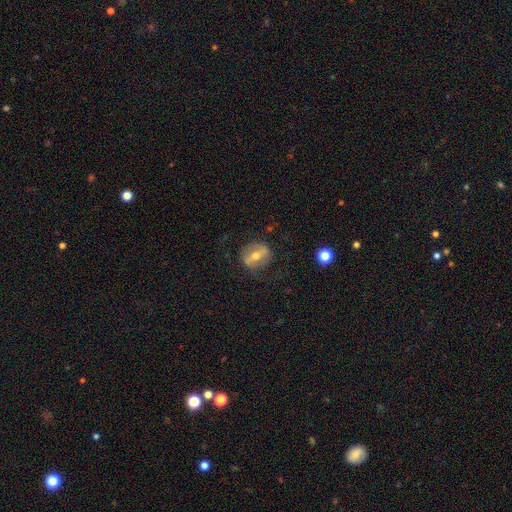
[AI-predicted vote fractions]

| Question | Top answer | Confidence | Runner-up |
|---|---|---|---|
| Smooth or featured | featured or disk | 60% | smooth (31%) |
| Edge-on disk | no | 90% | yes (10%) |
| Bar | strong | 52% | weak (31%) |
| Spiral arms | no | 54% | yes (46%) |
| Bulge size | moderate | 65% | small (29%) |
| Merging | none | 72% | minor disturbance (17%) |